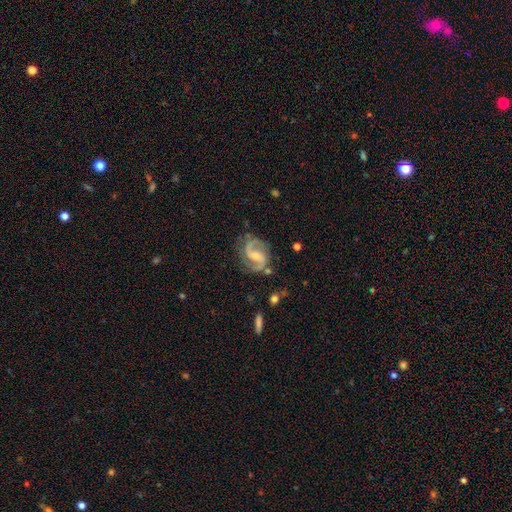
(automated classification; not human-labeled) Morphology: type=featured or disk (91%); edge-on=no (98%); bar=weak (46%); spiral arms=yes (98%); winding=medium (59%); arm count=2 (93%); bulge=small (55%); merging=none (75%).